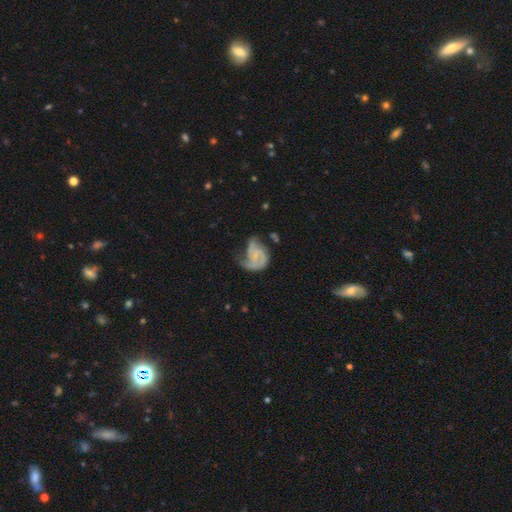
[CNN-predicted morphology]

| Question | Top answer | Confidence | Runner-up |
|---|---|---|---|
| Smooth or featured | featured or disk | 70% | smooth (22%) |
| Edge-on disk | no | 98% | yes (2%) |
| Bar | no | 65% | weak (29%) |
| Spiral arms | yes | 87% | no (13%) |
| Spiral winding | medium | 42% | tight (31%) |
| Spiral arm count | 2 | 49% | 1 (17%) |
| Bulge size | small | 50% | none (37%) |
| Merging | major disturbance | 36% | none (32%) |